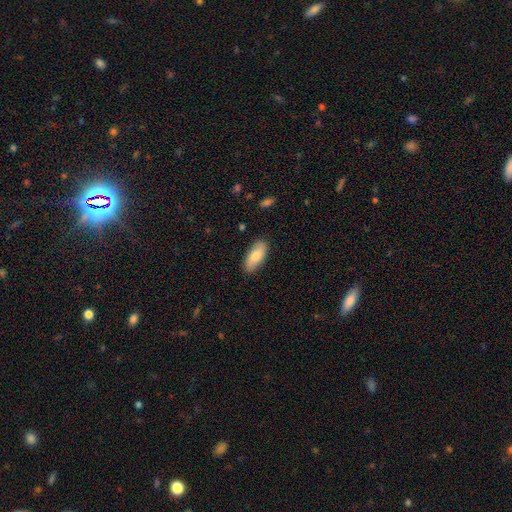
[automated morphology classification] smooth 75%, featured or disk 19%, star or artifact 6%. Down the decision tree: how rounded — in between (86%); merging — none (86%).